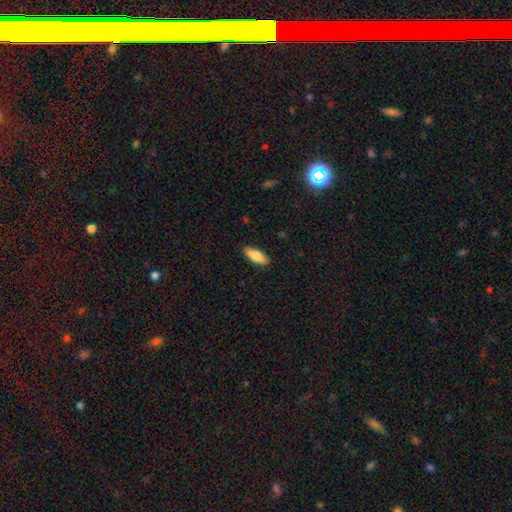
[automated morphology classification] smooth-or-featured: smooth: 82% | featured or disk: 13% | star or artifact: 6%
  how-rounded: in between: 72% | cigar-shaped: 26% | round: 2%
  merging: none: 89% | minor disturbance: 8% | major disturbance: 2% | merger: 1%